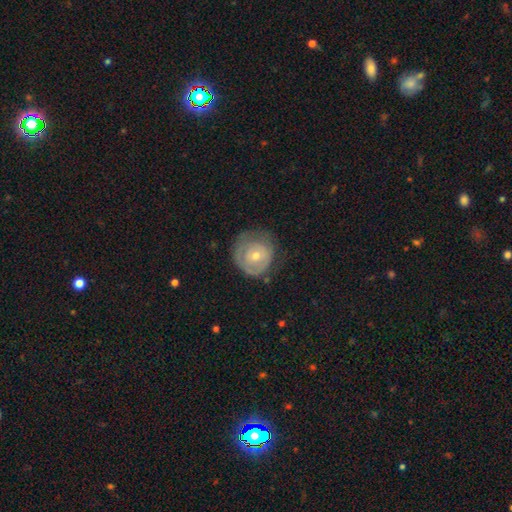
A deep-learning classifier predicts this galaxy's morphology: Smooth or featured? Predicted: featured or disk (p=0.56). Edge-on disk? Predicted: no (p=0.96). Bar? Predicted: no (p=0.82). Spiral arms? Predicted: yes (p=0.58). Bulge size? Predicted: small (p=0.49). Merging? Predicted: none (p=0.64).